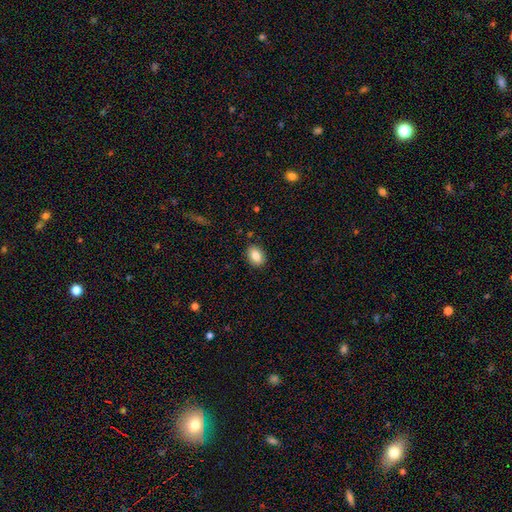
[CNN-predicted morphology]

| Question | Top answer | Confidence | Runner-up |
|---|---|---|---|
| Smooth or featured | smooth | 84% | star or artifact (8%) |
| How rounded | in between | 74% | round (25%) |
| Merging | none | 88% | minor disturbance (8%) |